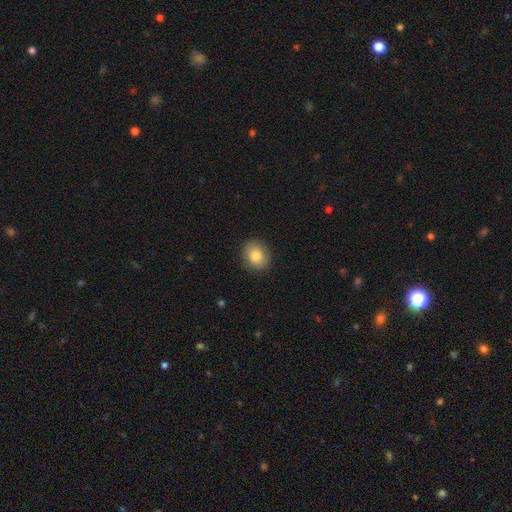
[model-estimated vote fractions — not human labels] This appears to be a smooth galaxy with no disk features (82%) that is round (52%). Merging: none (87%).